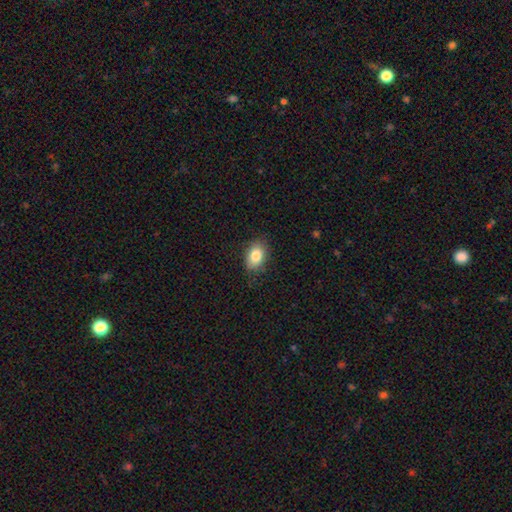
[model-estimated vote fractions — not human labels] Q: Smooth or featured?
A: smooth (83%); runner-up: featured or disk (9%)
Q: How rounded?
A: in between (83%); runner-up: round (16%)
Q: Merging?
A: none (82%); runner-up: minor disturbance (14%)